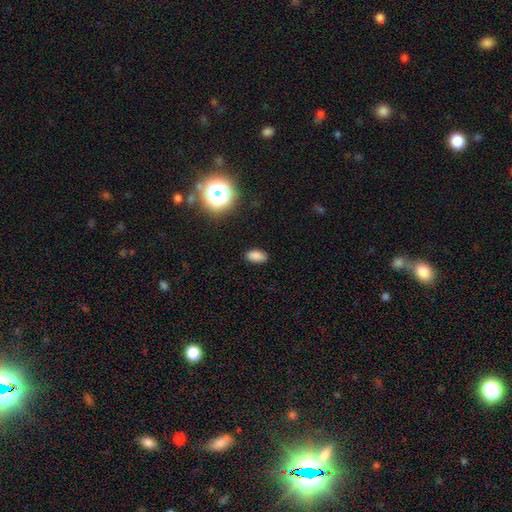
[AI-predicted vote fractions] smooth-or-featured: smooth: 82% | star or artifact: 13% | featured or disk: 5%
  how-rounded: in between: 91% | round: 6% | cigar-shaped: 3%
  merging: none: 86% | minor disturbance: 10% | major disturbance: 3% | merger: 1%